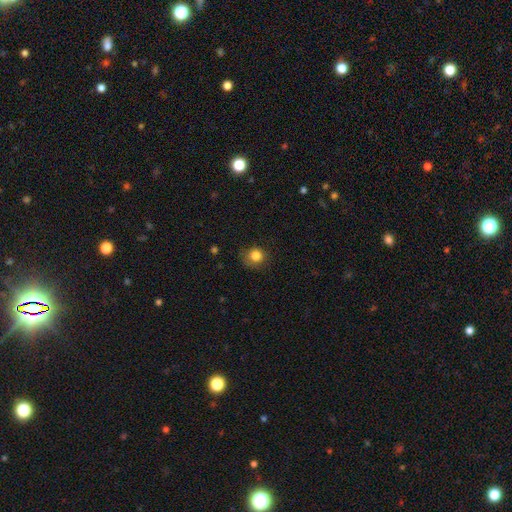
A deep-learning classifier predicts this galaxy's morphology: Smooth or featured: smooth — 83% (star or artifact — 11%)
How rounded: round — 88% (in between — 11%)
Merging: none — 77% (minor disturbance — 17%)